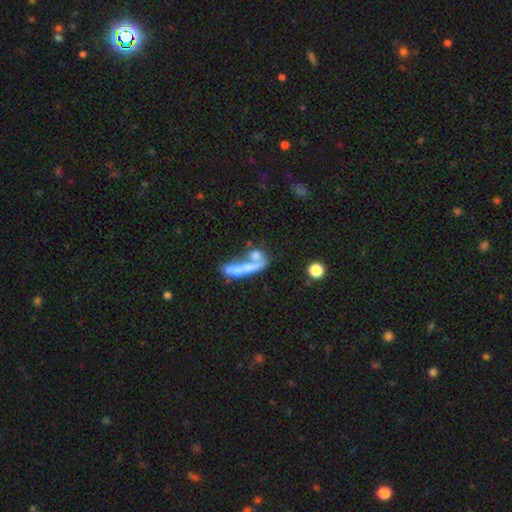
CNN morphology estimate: Smooth or featured: smooth — 54% (featured or disk — 36%)
How rounded: cigar-shaped — 55% (in between — 33%)
Merging: merger — 56% (none — 23%)